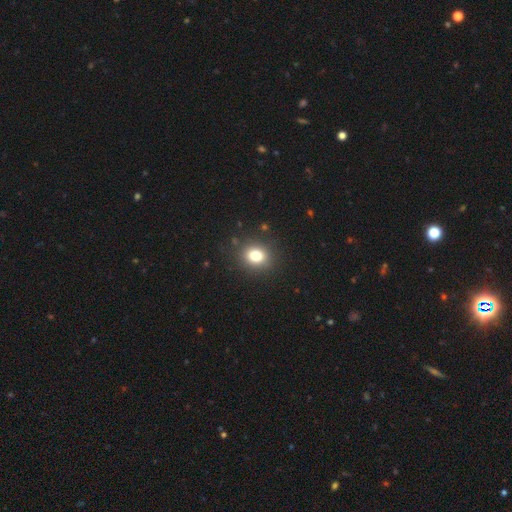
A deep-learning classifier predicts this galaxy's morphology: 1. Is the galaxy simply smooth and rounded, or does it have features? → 79% smooth, 13% star or artifact, 8% featured or disk.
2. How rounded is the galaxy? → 63% round, 36% in between, 1% cigar-shaped.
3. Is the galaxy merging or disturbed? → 87% none, 8% minor disturbance, 3% major disturbance, 1% merger.